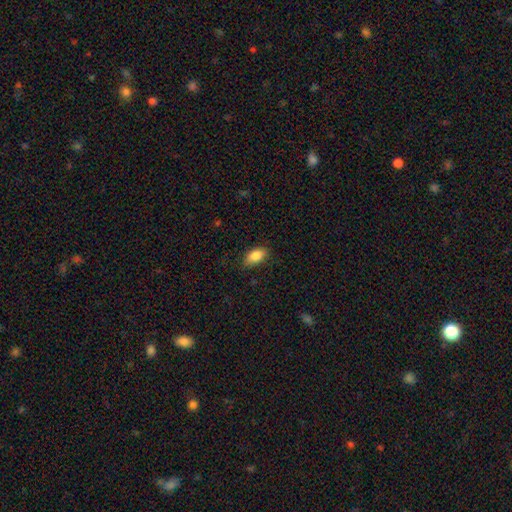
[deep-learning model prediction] A smooth galaxy with no disk features (85%) that is in between round and cigar-shaped (90%). Merging: none (81%).